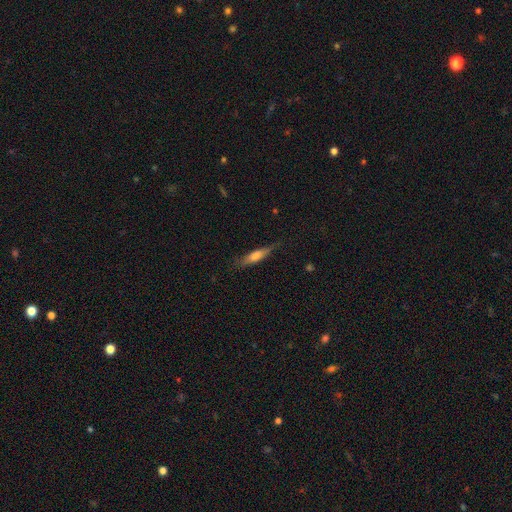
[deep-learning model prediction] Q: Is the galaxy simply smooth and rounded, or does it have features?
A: featured or disk — 47%.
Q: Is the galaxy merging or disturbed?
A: none — 77%.